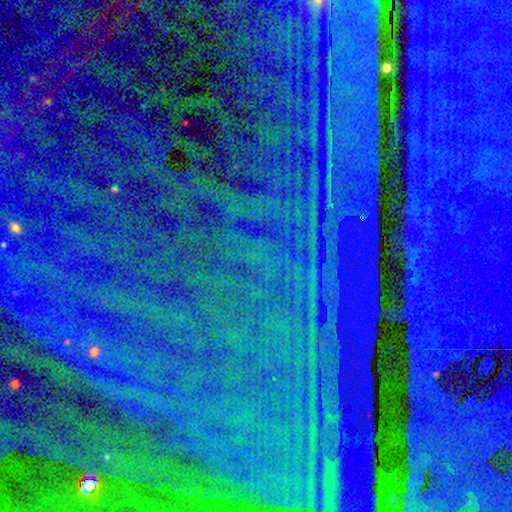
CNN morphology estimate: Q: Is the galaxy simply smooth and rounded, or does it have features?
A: star or artifact — 87%.